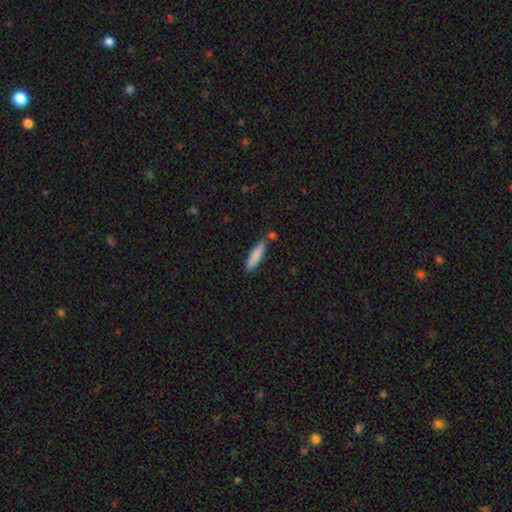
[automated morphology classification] Smooth or featured? smooth (81%)
How rounded? cigar-shaped (83%)
Merging? none (71%)